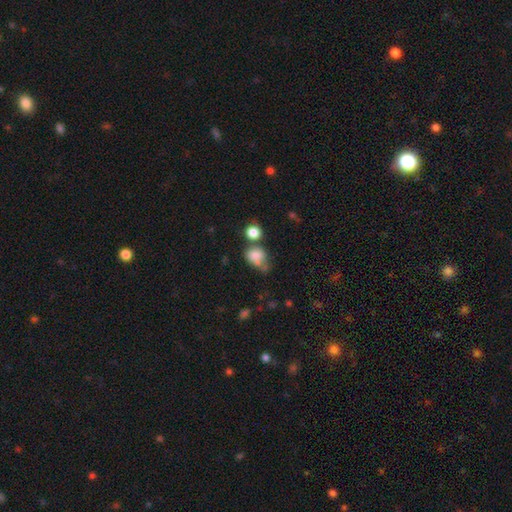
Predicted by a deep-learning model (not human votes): Q: Smooth or featured?
A: smooth (77%); runner-up: featured or disk (11%)
Q: How rounded?
A: round (54%); runner-up: in between (45%)
Q: Merging?
A: none (34%); tied with: merger (34%)